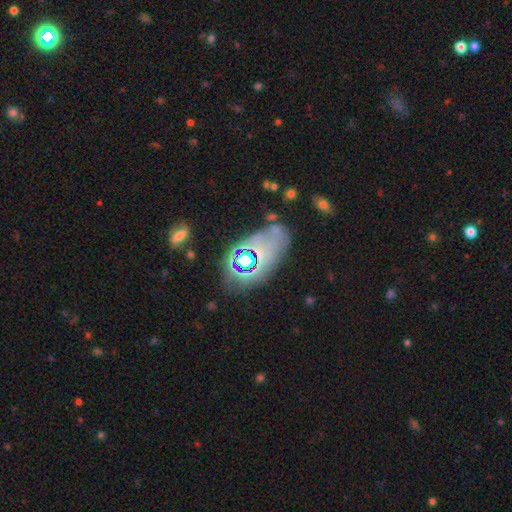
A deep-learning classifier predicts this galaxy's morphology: The model was most divided on "smooth or featured": featured or disk: 40%, star or artifact: 35%, smooth: 25%. More confident: merging — none (60%).